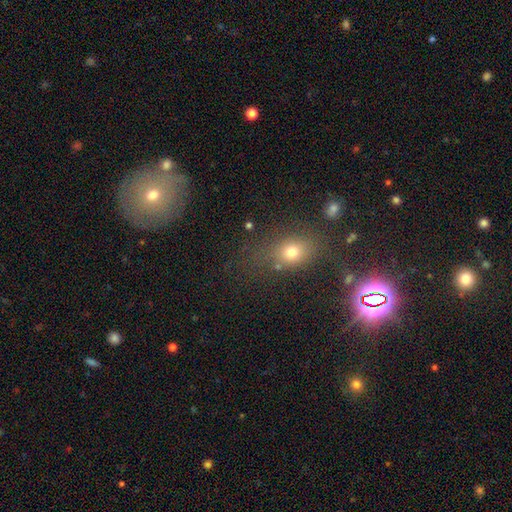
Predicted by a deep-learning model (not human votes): smooth_or_featured: smooth (p=0.52) [alt: star or artifact p=0.34]
how_rounded: in between (p=0.58) [alt: round p=0.38]
merging: none (p=0.70) [alt: minor disturbance p=0.17]